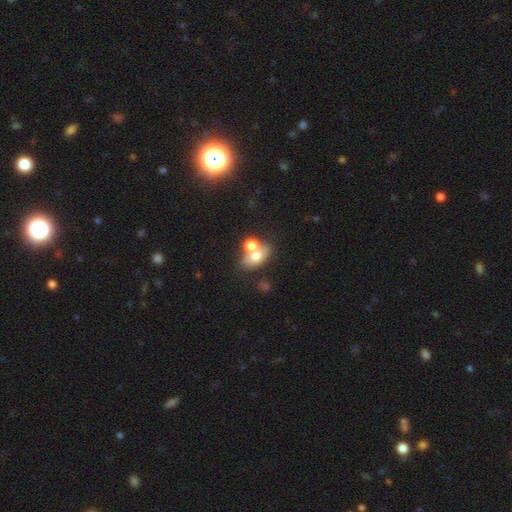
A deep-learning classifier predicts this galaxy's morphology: This appears to be a smooth galaxy with no disk features (65%) that is in between round and cigar-shaped (69%). Merging: merger (51%).